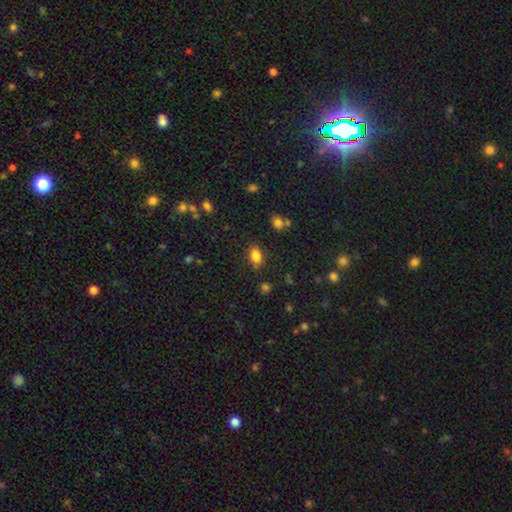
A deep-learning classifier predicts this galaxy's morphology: Smooth or featured: smooth — 83% (star or artifact — 12%)
How rounded: in between — 83% (round — 15%)
Merging: none — 74% (minor disturbance — 17%)